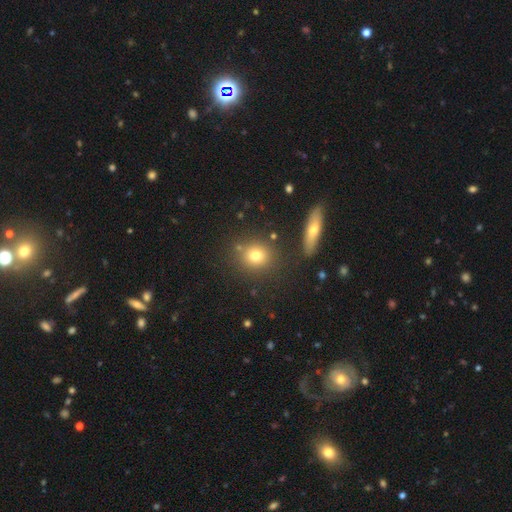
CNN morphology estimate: smooth-or-featured: smooth: 75% | star or artifact: 13% | featured or disk: 11%
  how-rounded: round: 82% | in between: 16% | cigar-shaped: 2%
  merging: none: 81% | minor disturbance: 9% | merger: 7% | major disturbance: 3%